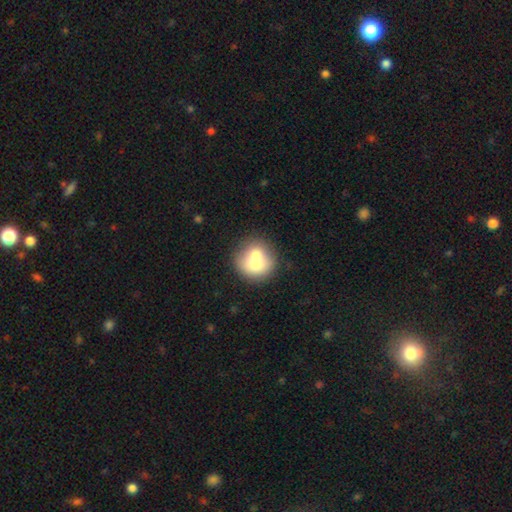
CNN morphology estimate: smooth_or_featured: smooth (p=0.69) [alt: featured or disk p=0.22]
how_rounded: round (p=0.84) [alt: in between p=0.15]
merging: merger (p=0.48) [alt: none p=0.40]